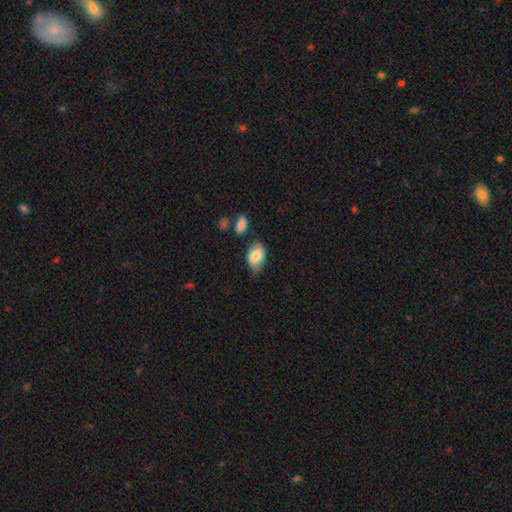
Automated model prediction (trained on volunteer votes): A smooth galaxy with no disk features (81%) that is in between round and cigar-shaped (90%). Merging: none (61%).